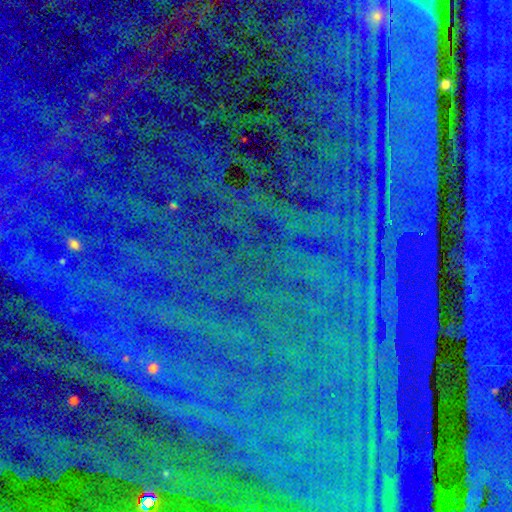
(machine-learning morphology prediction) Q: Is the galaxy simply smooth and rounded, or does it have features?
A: star or artifact — 87%.